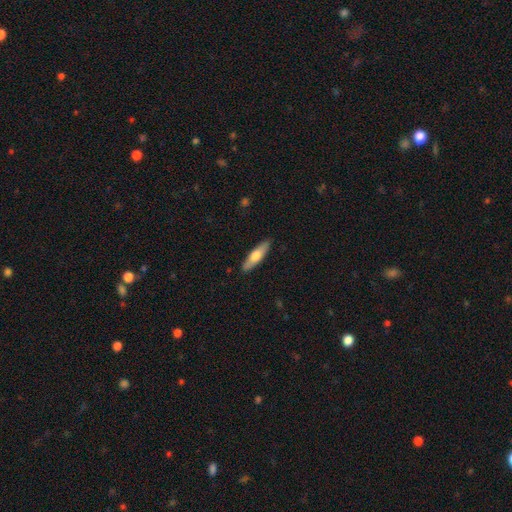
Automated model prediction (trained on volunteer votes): smooth-or-featured: smooth: 61% | featured or disk: 34% | star or artifact: 5%
  how-rounded: cigar-shaped: 65% | in between: 33% | round: 2%
  merging: none: 89% | minor disturbance: 8% | major disturbance: 2% | merger: 1%